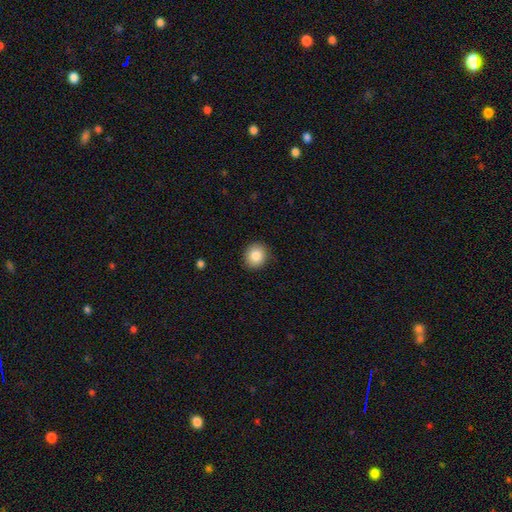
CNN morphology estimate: Smooth or featured? smooth (86%)
How rounded? round (83%)
Merging? none (89%)